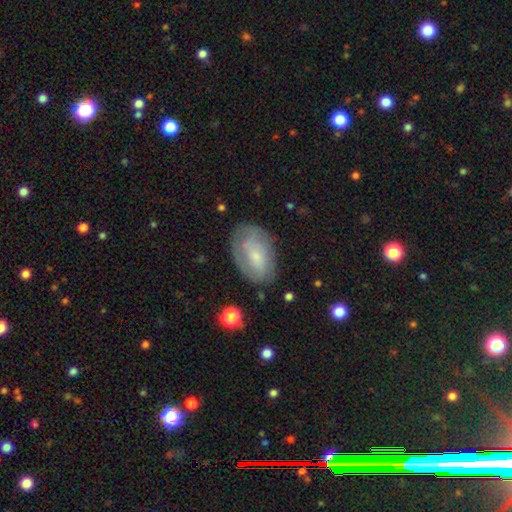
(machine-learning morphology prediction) smooth-or-featured: smooth: 47% | featured or disk: 45% | star or artifact: 8%
  merging: none: 69% | minor disturbance: 21% | major disturbance: 8% | merger: 2%